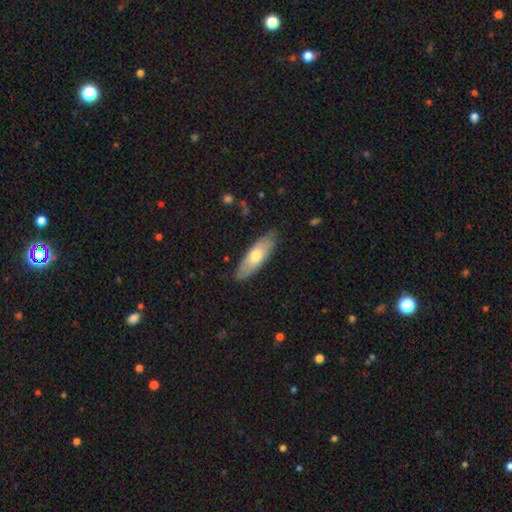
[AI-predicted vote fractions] smooth_or_featured: smooth (p=0.65) [alt: featured or disk p=0.30]
how_rounded: in between (p=0.55) [alt: cigar-shaped p=0.43]
merging: none (p=0.84) [alt: minor disturbance p=0.13]